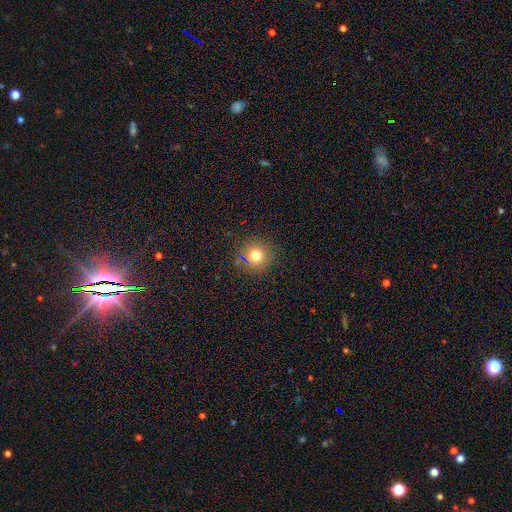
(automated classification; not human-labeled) Smooth or featured? Predicted: smooth (p=0.76). How rounded? Predicted: round (p=0.94). Merging? Predicted: none (p=0.88).